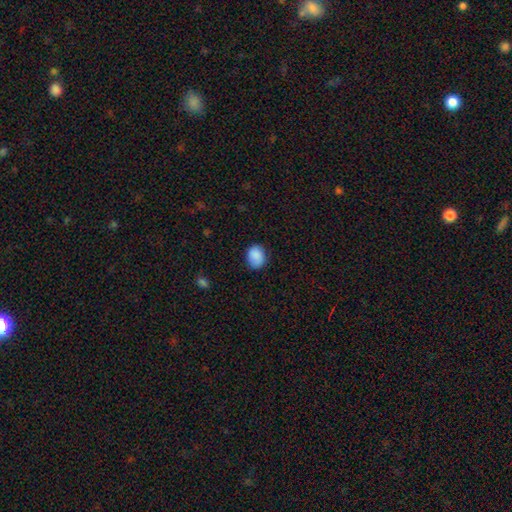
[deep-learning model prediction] Morphology: type=smooth (88%); roundness=in between (51%); merging=none (76%).